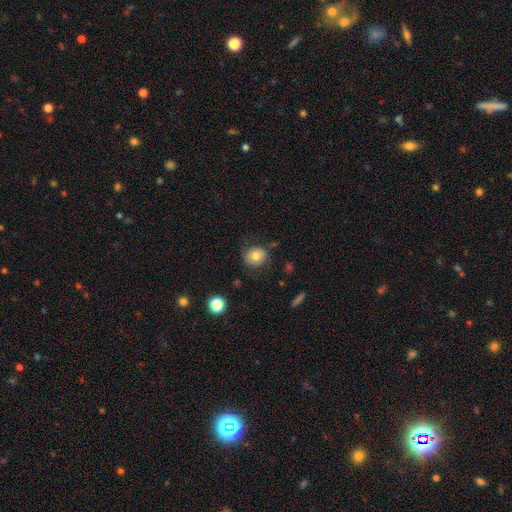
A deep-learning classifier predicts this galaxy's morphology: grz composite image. It shows a smooth galaxy with no disk features (75%) that is round (75%). Merging: none (71%).